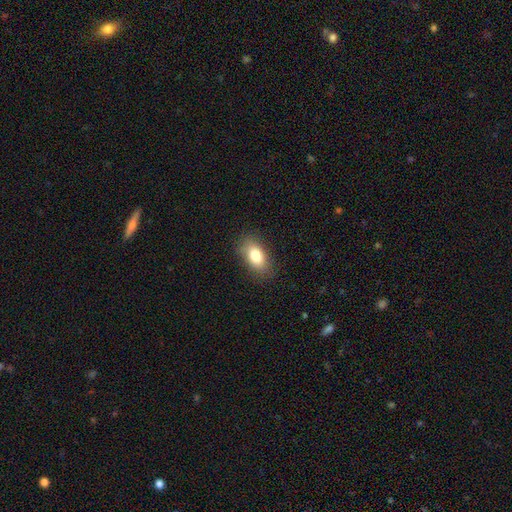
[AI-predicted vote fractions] A smooth galaxy with no disk features (82%) that is in between round and cigar-shaped (90%).

Vote fractions:
- Smooth or featured? smooth: 82% / featured or disk: 10% / star or artifact: 8%
- How rounded? in between: 90% / round: 7% / cigar-shaped: 3%
- Merging? none: 84% / minor disturbance: 12% / major disturbance: 3% / merger: 1%